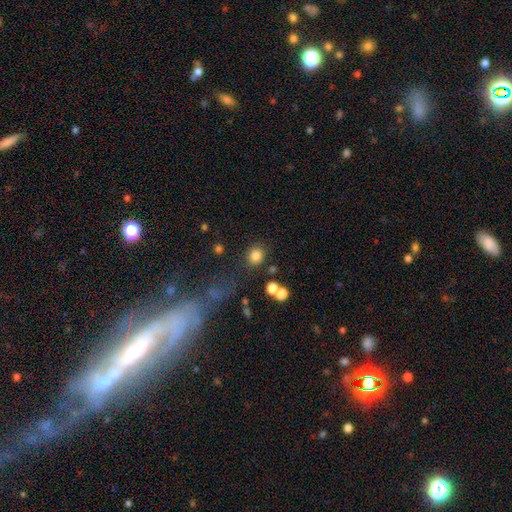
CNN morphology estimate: Smooth or featured?
  - smooth: 83% *
  - star or artifact: 12%
  - featured or disk: 5%
How rounded?
  - round: 75% *
  - in between: 24%
  - cigar-shaped: 1%
Merging?
  - none: 81% *
  - minor disturbance: 10%
  - merger: 5%
  - major disturbance: 4%